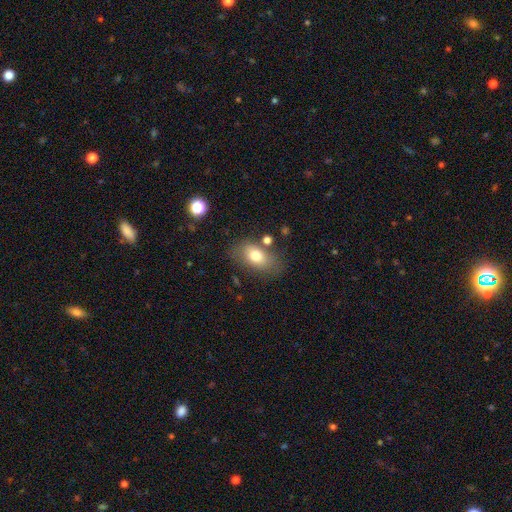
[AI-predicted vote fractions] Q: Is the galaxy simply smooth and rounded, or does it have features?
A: smooth — 75%.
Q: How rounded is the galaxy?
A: in between — 87%.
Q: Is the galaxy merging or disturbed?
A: none — 71%.